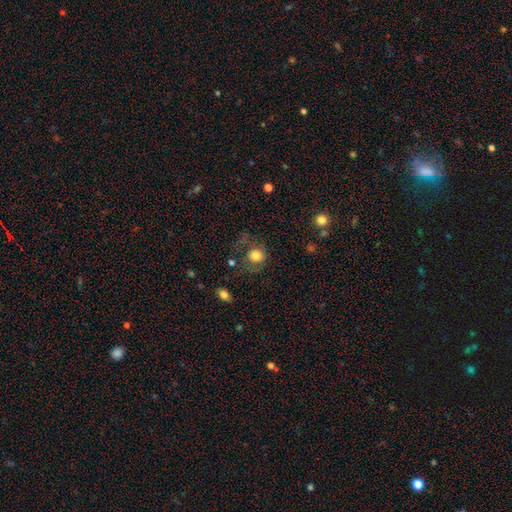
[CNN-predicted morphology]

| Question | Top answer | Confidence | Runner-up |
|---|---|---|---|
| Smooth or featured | smooth | 76% | featured or disk (15%) |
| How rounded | round | 81% | in between (18%) |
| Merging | none | 51% | major disturbance (25%) |